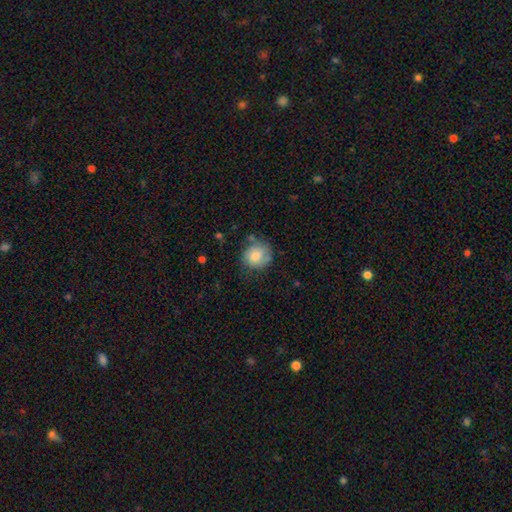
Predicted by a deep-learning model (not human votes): A smooth galaxy with no disk features (76%) that is round (83%).

Vote fractions:
- Smooth or featured? smooth: 76% / featured or disk: 16% / star or artifact: 7%
- How rounded? round: 83% / in between: 16% / cigar-shaped: 1%
- Merging? none: 65% / minor disturbance: 23% / major disturbance: 7% / merger: 5%